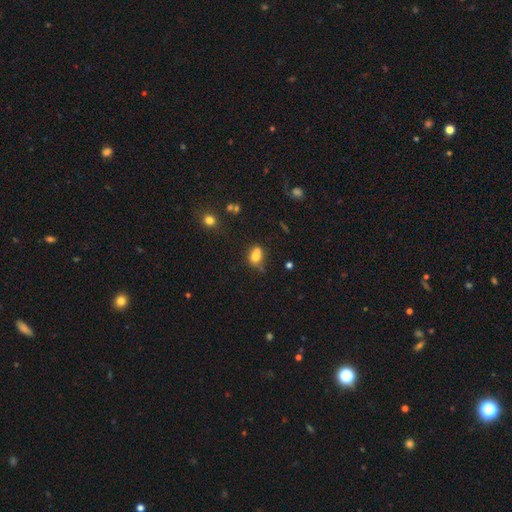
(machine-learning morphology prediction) smooth 71%, featured or disk 16%, star or artifact 13%. Down the decision tree: how rounded — in between (63%); merging — none (39%).